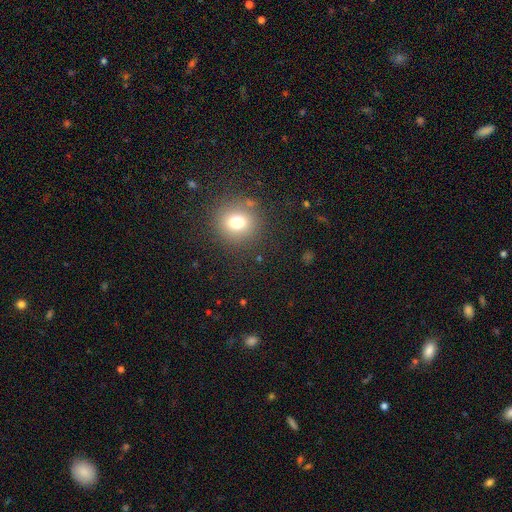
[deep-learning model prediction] The model was most divided on "smooth or featured": smooth: 69%, star or artifact: 22%, featured or disk: 9%. More confident: merging — none (90%); how rounded — round (89%).